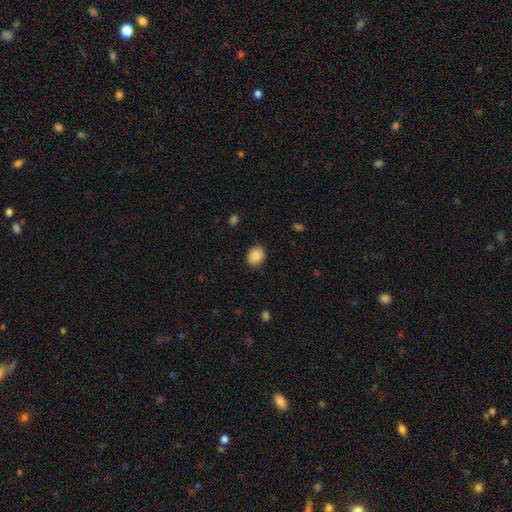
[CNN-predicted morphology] A smooth galaxy with no disk features (88%) that is round (58%).

Vote fractions:
- Smooth or featured? smooth: 88% / star or artifact: 8% / featured or disk: 4%
- How rounded? round: 58% / in between: 41% / cigar-shaped: 1%
- Merging? none: 88% / minor disturbance: 9% / major disturbance: 2% / merger: 1%